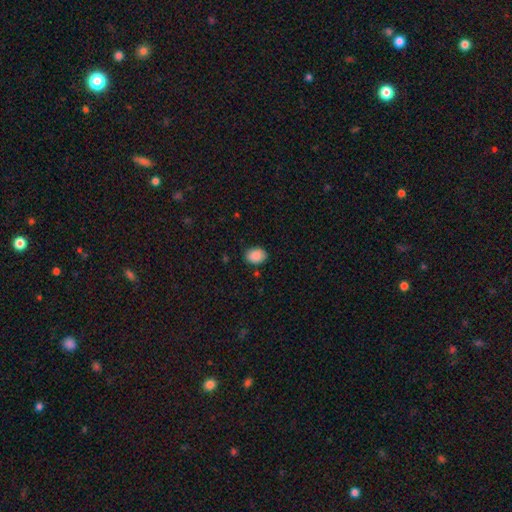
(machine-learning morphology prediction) smooth-or-featured: smooth: 89% | star or artifact: 7% | featured or disk: 4%
  how-rounded: in between: 71% | round: 28% | cigar-shaped: 1%
  merging: none: 85% | minor disturbance: 11% | major disturbance: 2% | merger: 2%